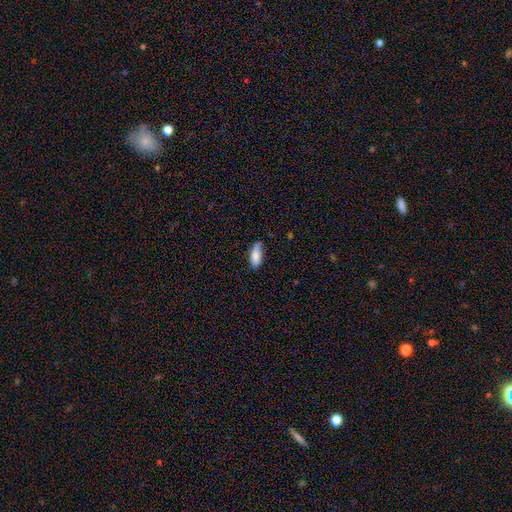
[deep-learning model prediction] Smooth or featured? Predicted: smooth (p=0.84). How rounded? Predicted: in between (p=0.79). Merging? Predicted: none (p=0.62).